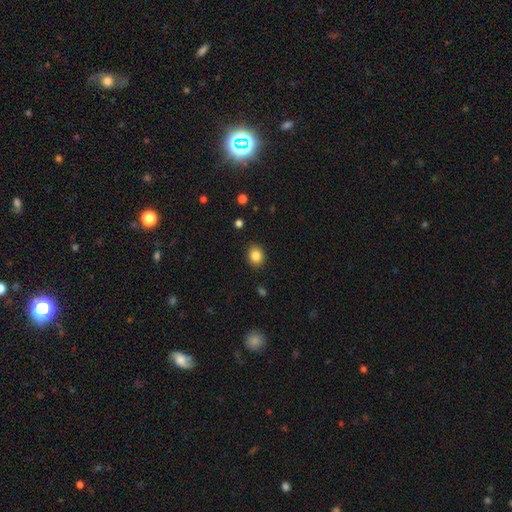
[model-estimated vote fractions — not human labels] Overall: smooth (84%). How rounded: round (65%; in between 34%). Merging: none (90%).